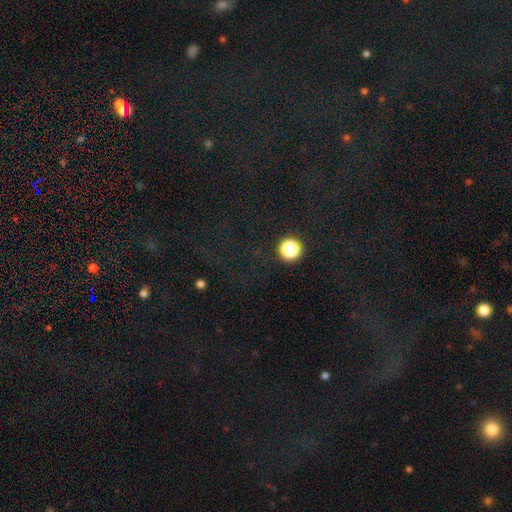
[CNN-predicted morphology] type=star or artifact (75%).